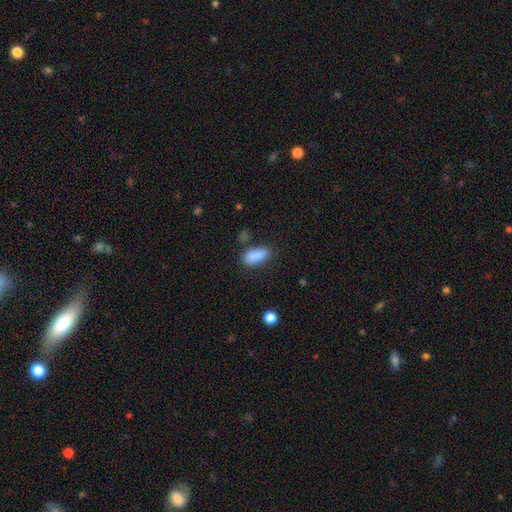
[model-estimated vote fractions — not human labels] Smooth or featured?
  - smooth: 87% *
  - star or artifact: 8%
  - featured or disk: 5%
How rounded?
  - in between: 81% *
  - cigar-shaped: 16%
  - round: 3%
Merging?
  - none: 70% *
  - minor disturbance: 19%
  - merger: 6%
  - major disturbance: 6%